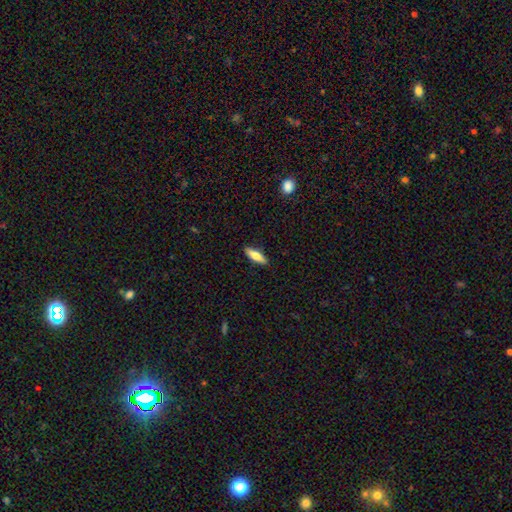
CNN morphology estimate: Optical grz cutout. It shows a smooth galaxy with no disk features (63%) that is cigar-shaped (49%, tied with in between). Merging: none (90%).